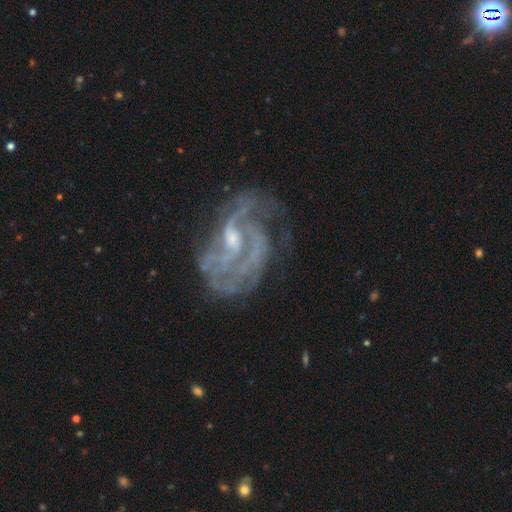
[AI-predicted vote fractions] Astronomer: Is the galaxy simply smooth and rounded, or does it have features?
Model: featured or disk — 86%.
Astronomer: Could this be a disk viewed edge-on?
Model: no — 98%.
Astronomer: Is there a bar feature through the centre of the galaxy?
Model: weak — 50% (runner-up: no, 39%).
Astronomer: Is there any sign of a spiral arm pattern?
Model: yes — 89%.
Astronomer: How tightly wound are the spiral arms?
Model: medium — 45% (runner-up: tight, 33%).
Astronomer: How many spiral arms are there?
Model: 2 — 36% (runner-up: can't tell, 29%).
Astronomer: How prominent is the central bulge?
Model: small — 46% (runner-up: moderate, 39%).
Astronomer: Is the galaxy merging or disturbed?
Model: none — 50% (runner-up: major disturbance, 25%).